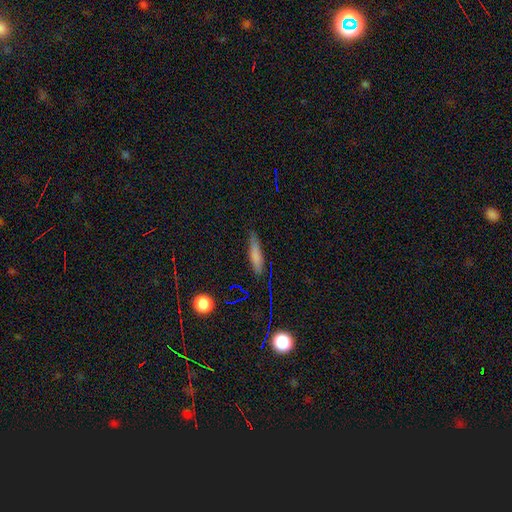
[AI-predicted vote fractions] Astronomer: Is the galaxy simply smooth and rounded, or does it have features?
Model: smooth — 73%.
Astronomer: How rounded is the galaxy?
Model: cigar-shaped — 79%.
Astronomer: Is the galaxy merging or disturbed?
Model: none — 79%.